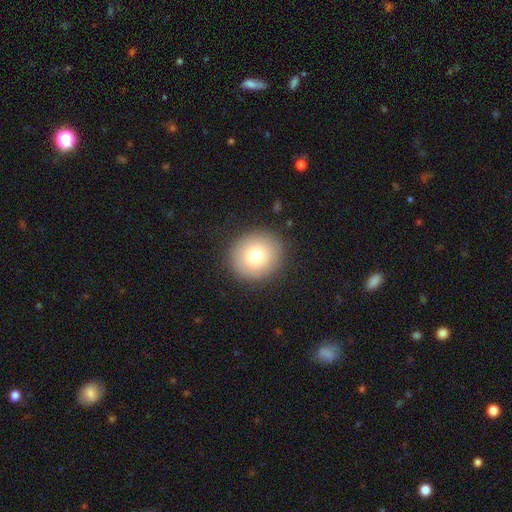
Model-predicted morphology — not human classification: Smooth or featured: smooth — 78% (featured or disk — 12%)
How rounded: round — 86% (in between — 13%)
Merging: none — 90% (minor disturbance — 7%)